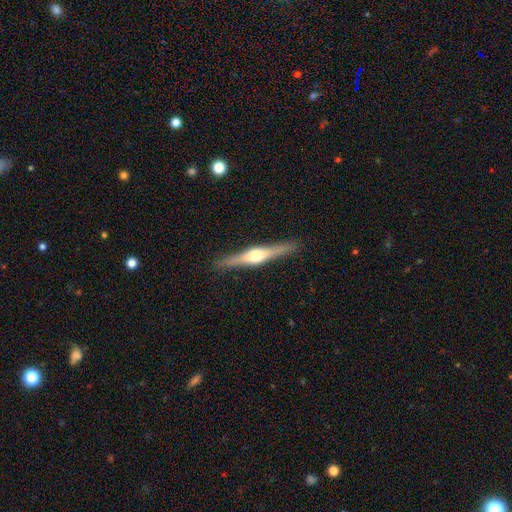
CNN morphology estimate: type=featured or disk (74%); edge-on=yes (98%); edge-on bulge=rounded (91%); merging=none (90%).